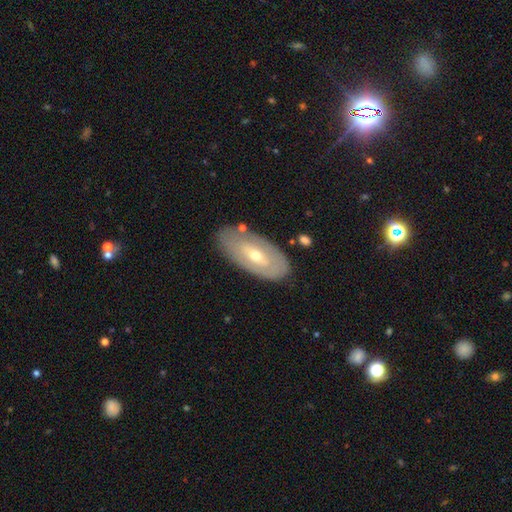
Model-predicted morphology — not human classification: Q: Smooth or featured?
A: featured or disk (56%); runner-up: smooth (38%)
Q: Edge-on disk?
A: no (85%); runner-up: yes (15%)
Q: Merging?
A: none (78%); runner-up: minor disturbance (15%)